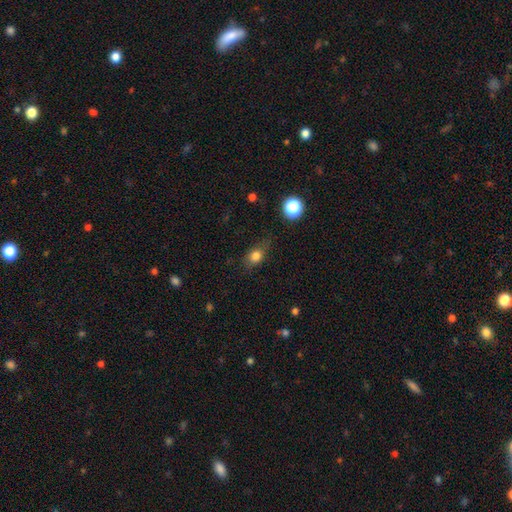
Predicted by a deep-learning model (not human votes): A smooth galaxy with no disk features (77%) that is in between round and cigar-shaped (63%). Merging: none (68%).